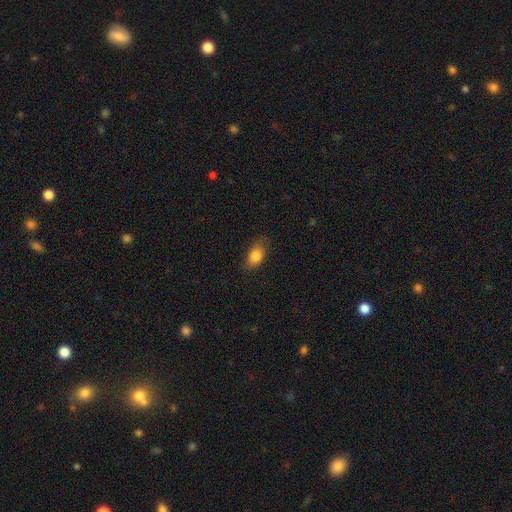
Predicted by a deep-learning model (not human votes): Smooth or featured? smooth (84%)
How rounded? in between (87%)
Merging? none (76%)